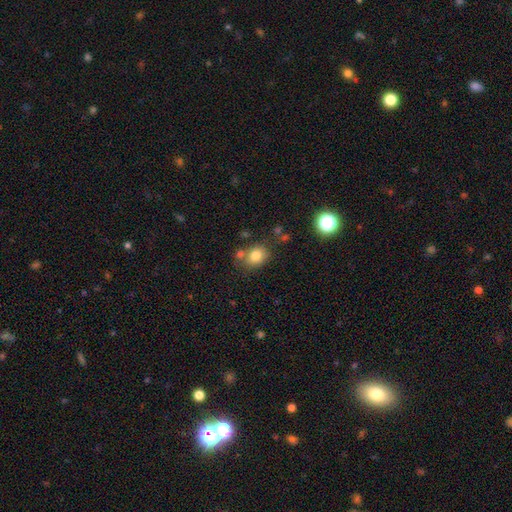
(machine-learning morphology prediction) smooth_or_featured: smooth (p=0.80) [alt: star or artifact p=0.11]
how_rounded: round (p=0.51) [alt: in between p=0.48]
merging: none (p=0.66) [alt: merger p=0.15]